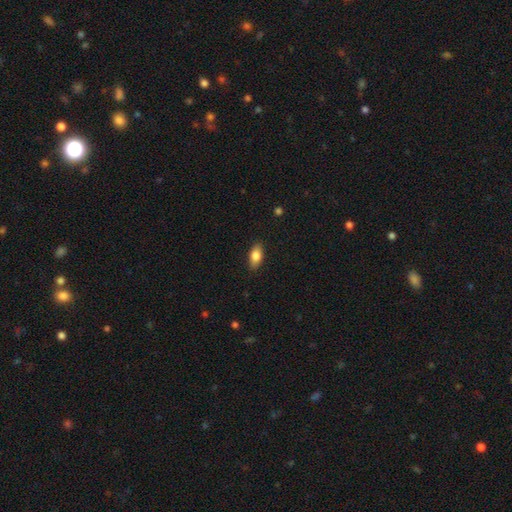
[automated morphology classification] smooth_or_featured: smooth (p=0.81) [alt: featured or disk p=0.12]
how_rounded: in between (p=0.87) [alt: cigar-shaped p=0.08]
merging: none (p=0.87) [alt: minor disturbance p=0.10]